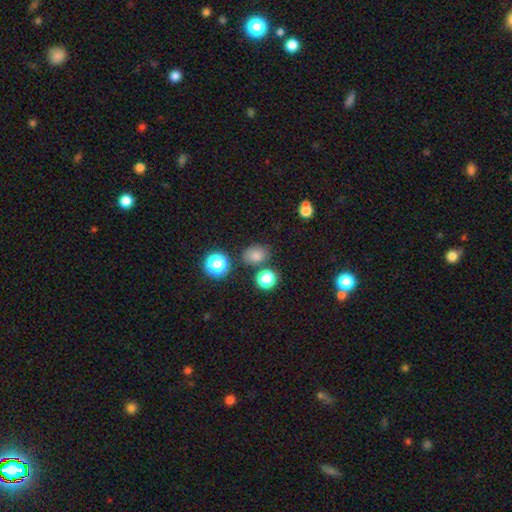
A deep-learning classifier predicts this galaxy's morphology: smooth_or_featured: smooth (p=0.76) [alt: star or artifact p=0.18]
how_rounded: in between (p=0.51) [alt: round p=0.48]
merging: none (p=0.76) [alt: minor disturbance p=0.12]